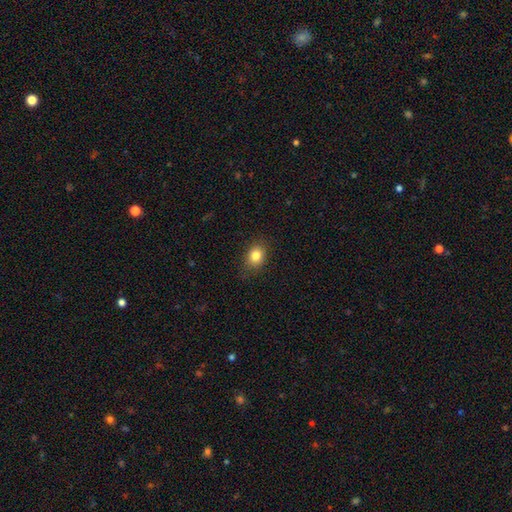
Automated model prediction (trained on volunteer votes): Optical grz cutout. It shows a smooth galaxy with no disk features (82%) that is round (50%). Merging: none (83%).